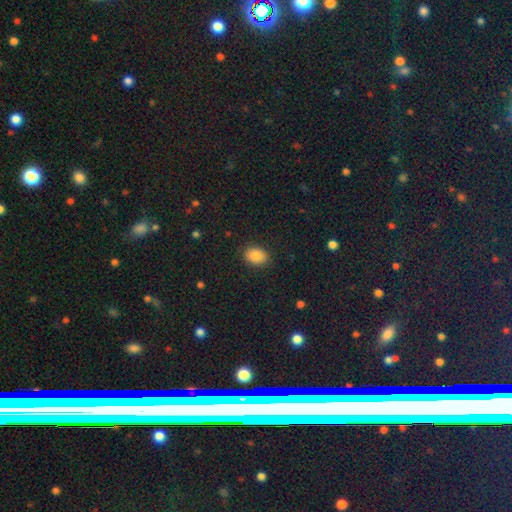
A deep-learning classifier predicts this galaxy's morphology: This appears to be a smooth galaxy with no disk features (85%) that is in between round and cigar-shaped (71%). Merging: none (88%).